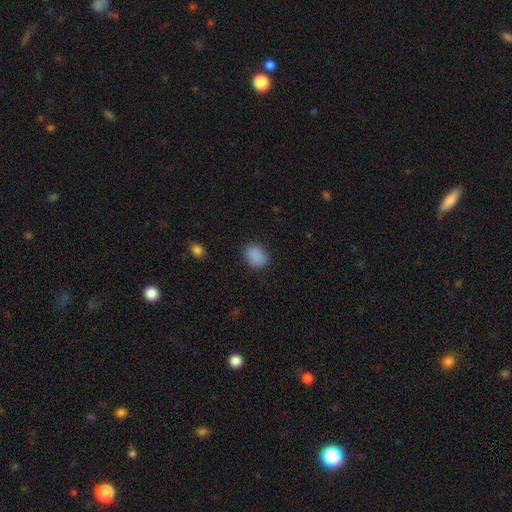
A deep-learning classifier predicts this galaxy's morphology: smooth_or_featured: smooth (p=0.88) [alt: star or artifact p=0.09]
how_rounded: in between (p=0.57) [alt: round p=0.42]
merging: none (p=0.85) [alt: minor disturbance p=0.11]